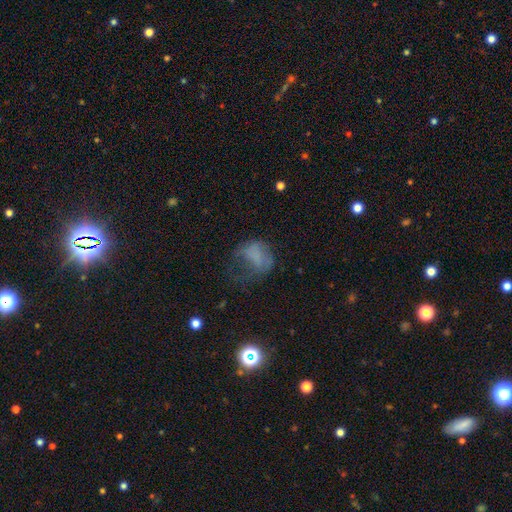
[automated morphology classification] Overall: smooth (54%; featured or disk 28%). How rounded: in between (63%; round 35%). Merging: major disturbance (47%; none 27%).